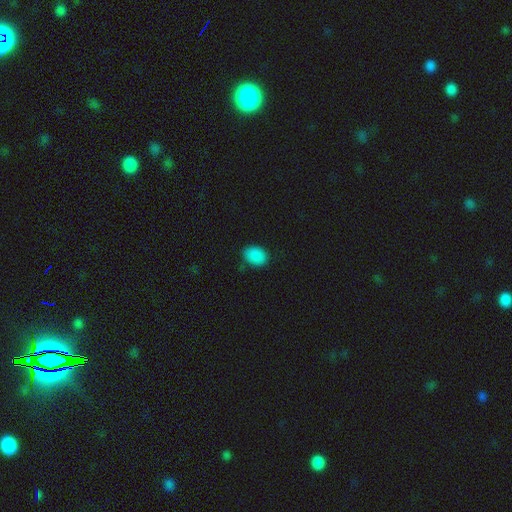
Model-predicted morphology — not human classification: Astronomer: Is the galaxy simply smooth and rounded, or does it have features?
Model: smooth — 87%.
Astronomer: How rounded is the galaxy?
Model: in between — 73%.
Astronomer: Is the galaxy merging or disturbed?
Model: none — 82%.